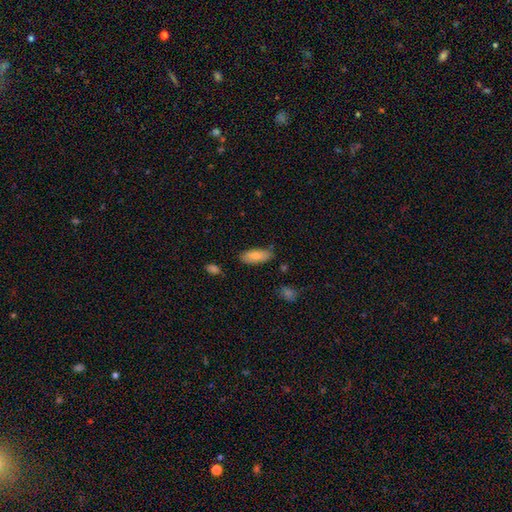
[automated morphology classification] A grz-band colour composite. It shows a smooth galaxy with no disk features (79%) that is in between round and cigar-shaped (82%). Merging: none (80%).